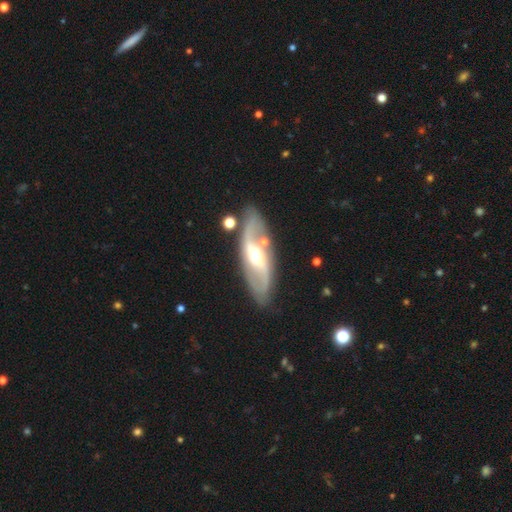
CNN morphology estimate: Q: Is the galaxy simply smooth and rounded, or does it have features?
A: featured or disk — 85%.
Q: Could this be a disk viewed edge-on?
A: no — 91%.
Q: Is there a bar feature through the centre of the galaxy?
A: weak — 40%.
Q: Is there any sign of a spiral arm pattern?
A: yes — 91%.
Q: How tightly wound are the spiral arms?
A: loose — 49%.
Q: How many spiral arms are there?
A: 2 — 91%.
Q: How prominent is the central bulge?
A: moderate — 68%.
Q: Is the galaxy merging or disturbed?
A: none — 80%.